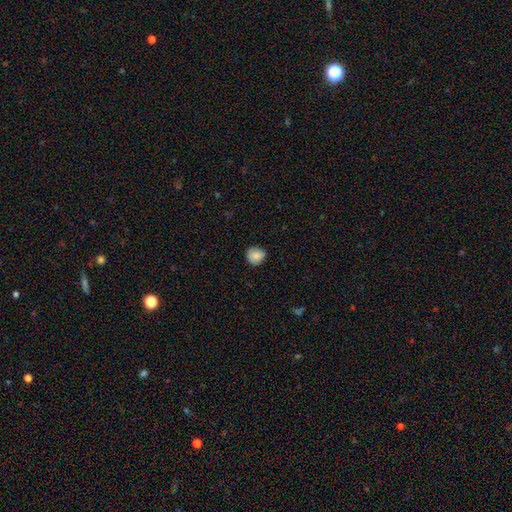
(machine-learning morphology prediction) Overall: smooth (85%). How rounded: round (84%). Merging: none (79%).